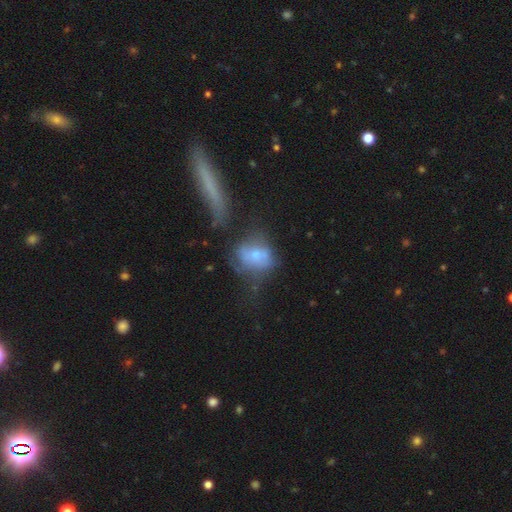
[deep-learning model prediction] Q: Smooth or featured?
A: smooth (50%); runner-up: featured or disk (38%)
Q: Merging?
A: major disturbance (32%); runner-up: none (30%)